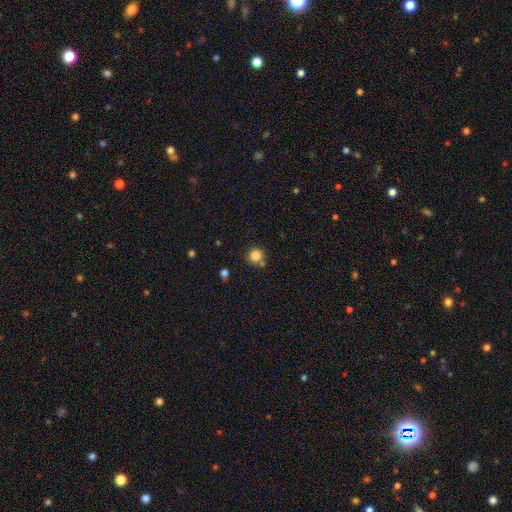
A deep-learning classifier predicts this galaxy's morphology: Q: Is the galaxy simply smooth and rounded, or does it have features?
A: smooth — 84%.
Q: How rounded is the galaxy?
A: round — 94%.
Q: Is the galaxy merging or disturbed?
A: none — 78%.